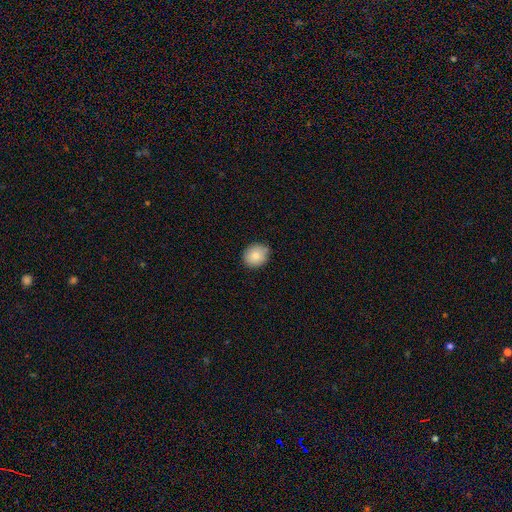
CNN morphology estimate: smooth 83%, featured or disk 9%, star or artifact 8%. Down the decision tree: how rounded — round (66%); merging — none (83%).